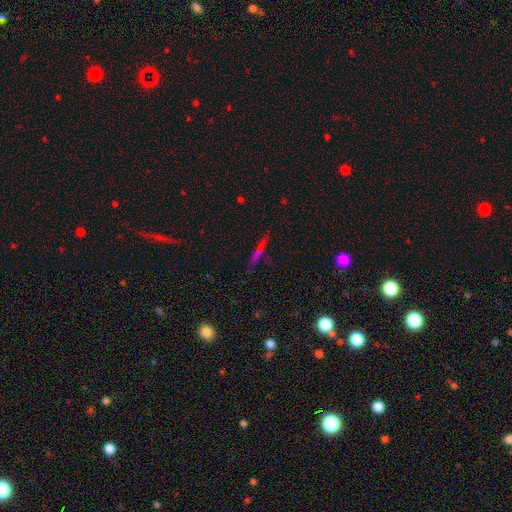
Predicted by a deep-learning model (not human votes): Smooth or featured? Predicted: smooth (p=0.39). Merging? Predicted: none (p=0.83).